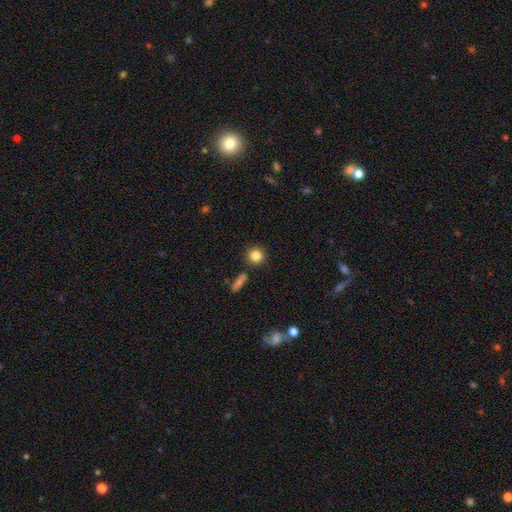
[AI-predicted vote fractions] A smooth galaxy with no disk features (84%) that is round (91%). Merging: none (85%).